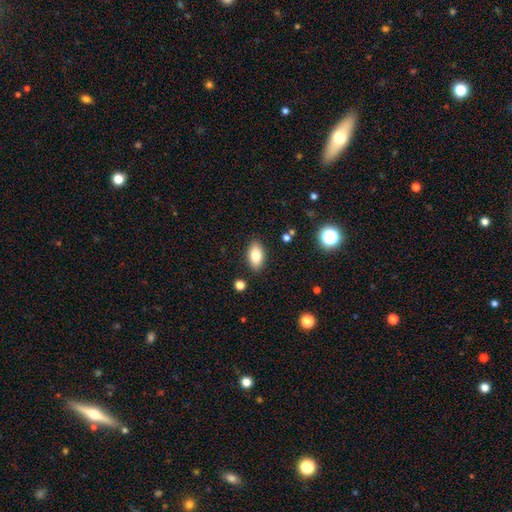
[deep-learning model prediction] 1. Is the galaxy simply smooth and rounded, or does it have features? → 79% smooth, 12% featured or disk, 8% star or artifact.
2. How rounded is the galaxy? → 91% in between, 5% round, 5% cigar-shaped.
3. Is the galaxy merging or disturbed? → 87% none, 9% minor disturbance, 2% major disturbance, 2% merger.